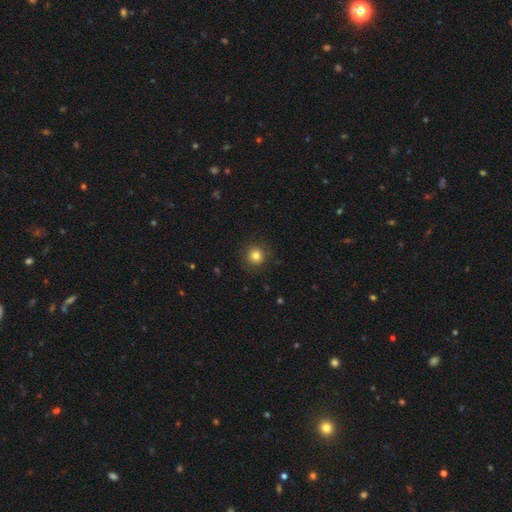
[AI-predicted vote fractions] Smooth or featured? smooth (81%)
How rounded? round (94%)
Merging? none (89%)